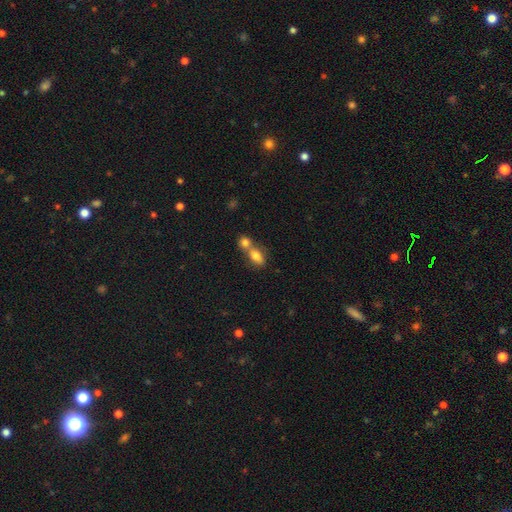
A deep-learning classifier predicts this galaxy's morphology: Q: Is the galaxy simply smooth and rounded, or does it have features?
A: smooth — 79%.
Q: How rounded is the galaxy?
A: in between — 78%.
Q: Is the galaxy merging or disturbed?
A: merger — 59%.